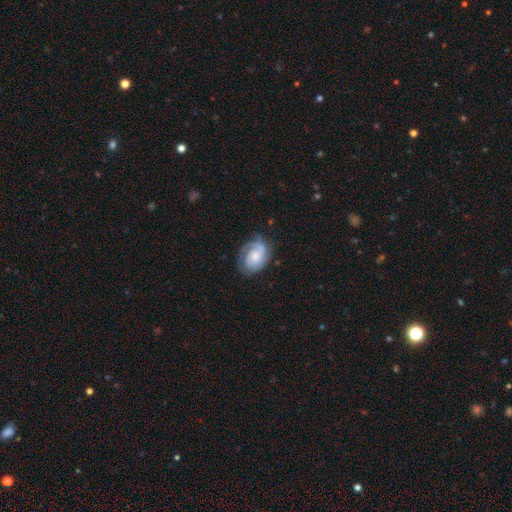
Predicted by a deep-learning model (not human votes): Overall: featured or disk (67%). Edge-on disk: no (97%). Bar: no (75%). Spiral arms: yes (89%). Spiral arm count: 2 (35%; can't tell 27%). Spiral winding: tight (57%; medium 31%). Bulge size: small (53%; moderate 36%). Merging: none (65%).